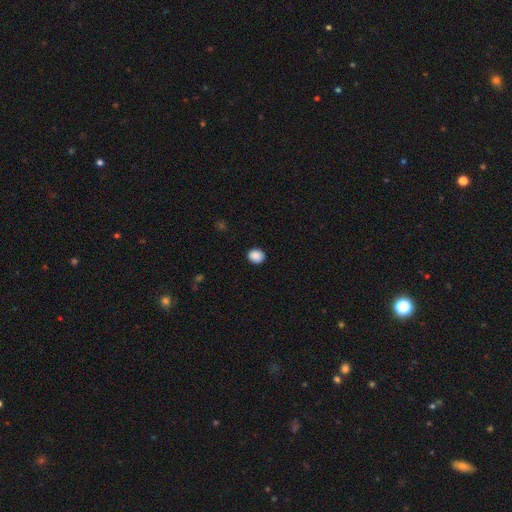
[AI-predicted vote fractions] Smooth or featured?
  - smooth: 89% *
  - star or artifact: 8%
  - featured or disk: 3%
How rounded?
  - round: 69% *
  - in between: 30%
  - cigar-shaped: 1%
Merging?
  - none: 91% *
  - minor disturbance: 6%
  - major disturbance: 2%
  - merger: 1%